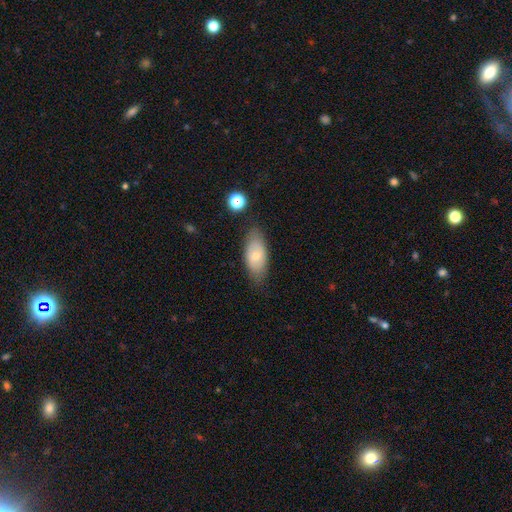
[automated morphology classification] Smooth or featured?
  - smooth: 70% *
  - featured or disk: 23%
  - star or artifact: 7%
How rounded?
  - in between: 89% *
  - cigar-shaped: 7%
  - round: 4%
Merging?
  - none: 77% *
  - minor disturbance: 17%
  - major disturbance: 4%
  - merger: 2%